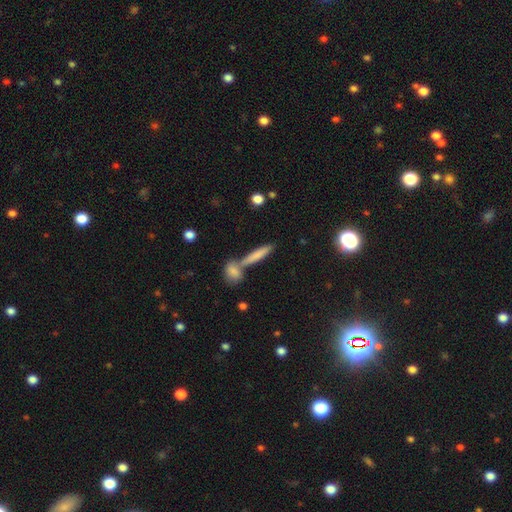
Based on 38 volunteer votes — Q: Smooth or featured?
A: smooth (68%); runner-up: featured or disk (26%)
Q: How rounded?
A: cigar-shaped (88%); runner-up: in between (8%)
Q: Merging?
A: none (58%); runner-up: merger (28%)